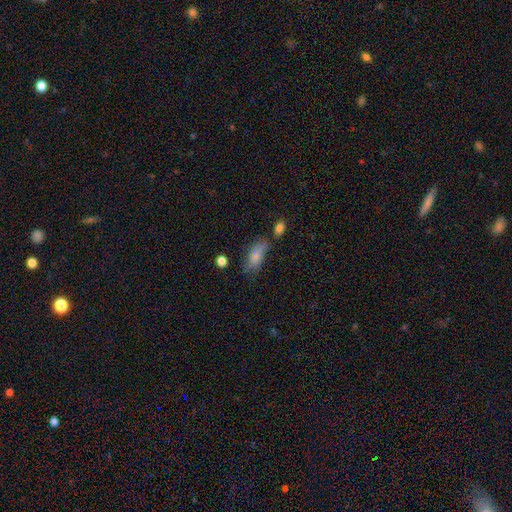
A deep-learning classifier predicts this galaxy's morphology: smooth 78%, featured or disk 14%, star or artifact 8%. Down the decision tree: how rounded — in between (84%); merging — none (51%).